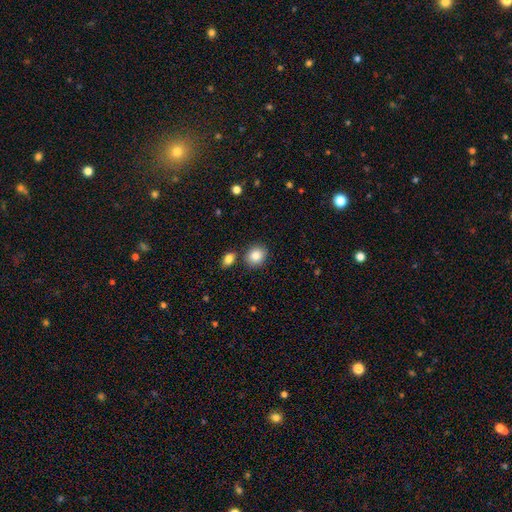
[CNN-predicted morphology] type=smooth (86%); roundness=round (64%); merging=none (79%).